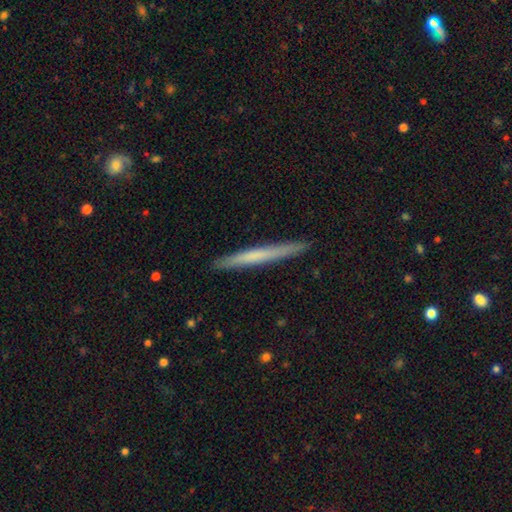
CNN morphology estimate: smooth-or-featured: smooth: 56% | featured or disk: 38% | star or artifact: 5%
  how-rounded: cigar-shaped: 97% | in between: 2% | round: 1%
  merging: none: 91% | minor disturbance: 6% | major disturbance: 1% | merger: 1%